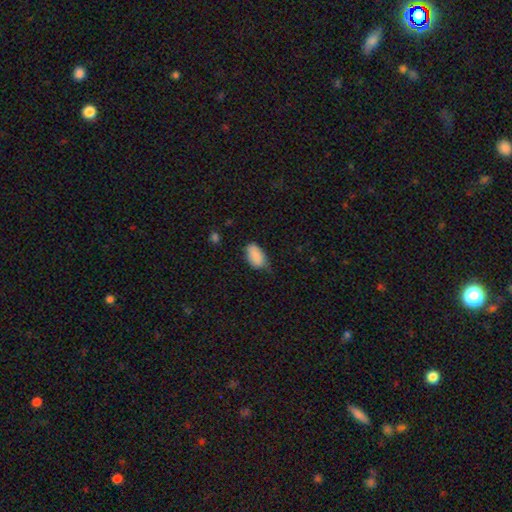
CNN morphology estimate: Q: Smooth or featured?
A: smooth (87%); runner-up: star or artifact (7%)
Q: How rounded?
A: in between (93%); runner-up: round (5%)
Q: Merging?
A: none (51%); runner-up: minor disturbance (39%)